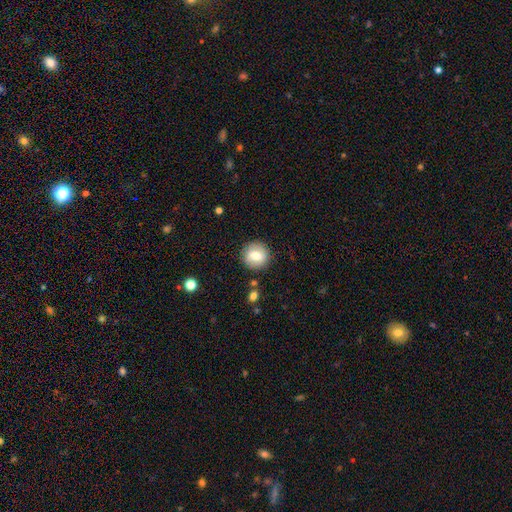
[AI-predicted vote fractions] A smooth galaxy with no disk features (70%) that is round (88%).

Vote fractions:
- Smooth or featured? smooth: 70% / featured or disk: 21% / star or artifact: 9%
- How rounded? round: 88% / in between: 11% / cigar-shaped: 1%
- Merging? none: 87% / minor disturbance: 8% / major disturbance: 3% / merger: 2%